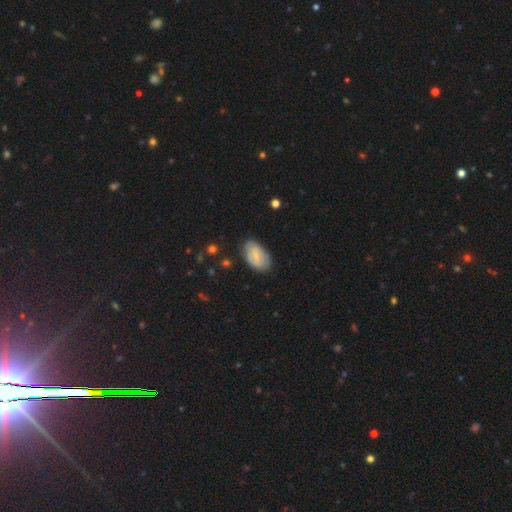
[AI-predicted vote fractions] This appears to be a smooth galaxy with no disk features (61%) that is in between round and cigar-shaped (93%). Merging: none (74%).